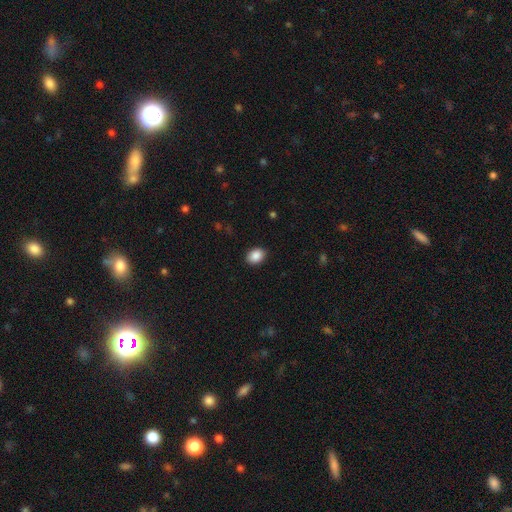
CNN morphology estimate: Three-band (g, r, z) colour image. It shows a smooth galaxy with no disk features (89%) that is in between round and cigar-shaped (69%). Merging: none (89%).